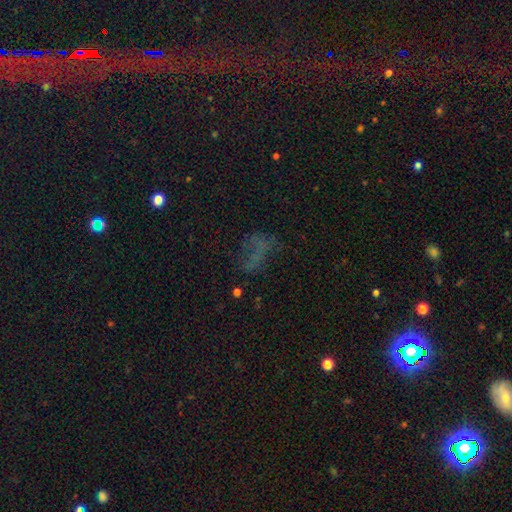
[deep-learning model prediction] Overall: star or artifact (35%, tied with smooth).